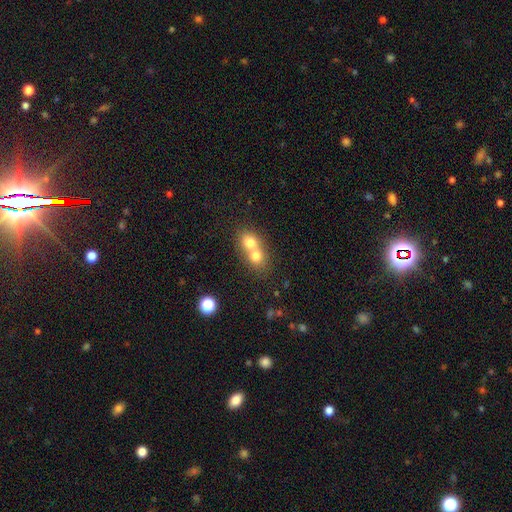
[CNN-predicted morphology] A smooth galaxy with no disk features (71%) that is round (67%). Merging: merger (72%).